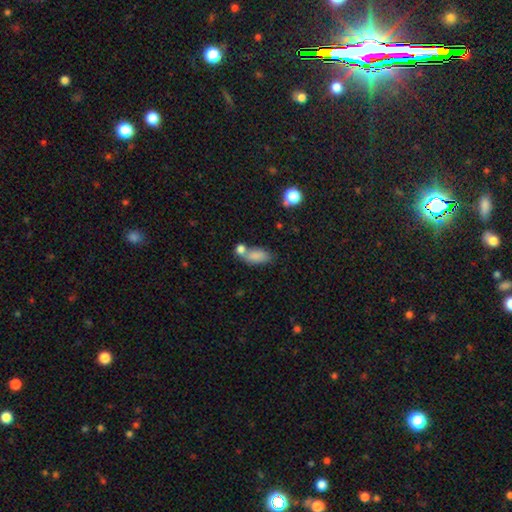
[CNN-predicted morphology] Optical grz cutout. It shows a smooth galaxy with no disk features (82%) that is in between round and cigar-shaped (87%). Merging: none (41%).